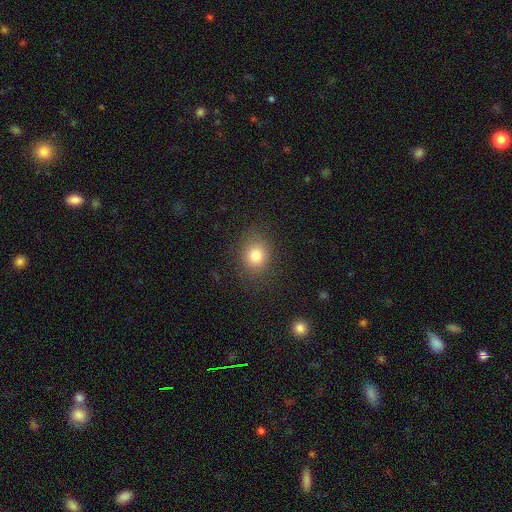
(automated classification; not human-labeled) This is likely a smooth galaxy (79%). How rounded: likely round (66%). Merging: clearly none (84%).